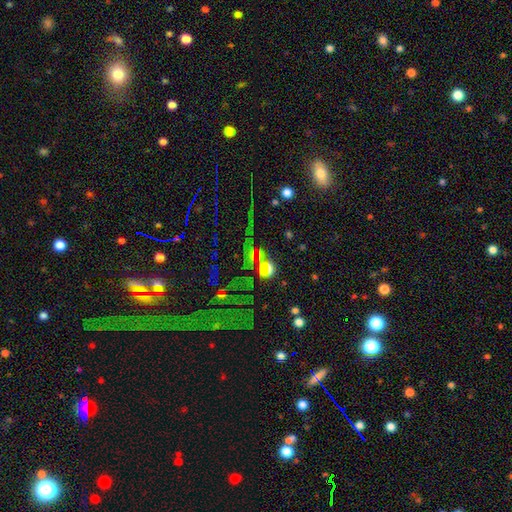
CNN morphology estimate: type=star or artifact (61%).